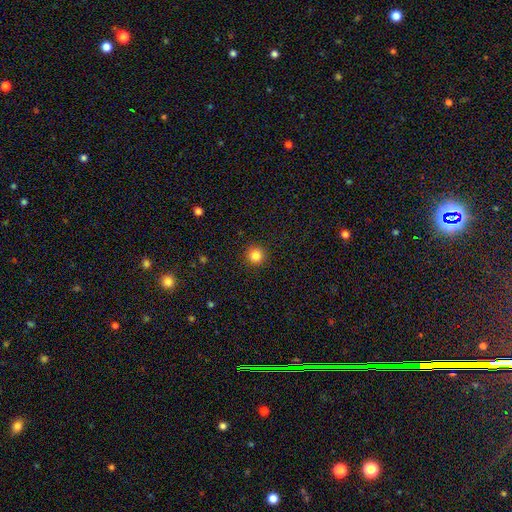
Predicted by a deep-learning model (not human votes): Morphology: type=smooth (85%); roundness=round (95%); merging=none (92%).